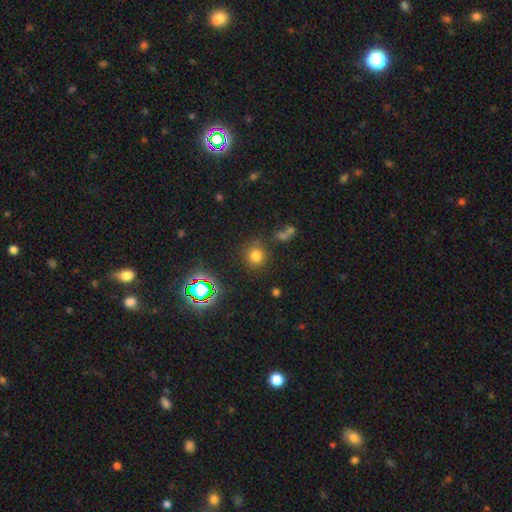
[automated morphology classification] smooth-or-featured: smooth: 70% | star or artifact: 22% | featured or disk: 7%
  how-rounded: round: 89% | in between: 10% | cigar-shaped: 1%
  merging: none: 78% | minor disturbance: 11% | merger: 7% | major disturbance: 5%